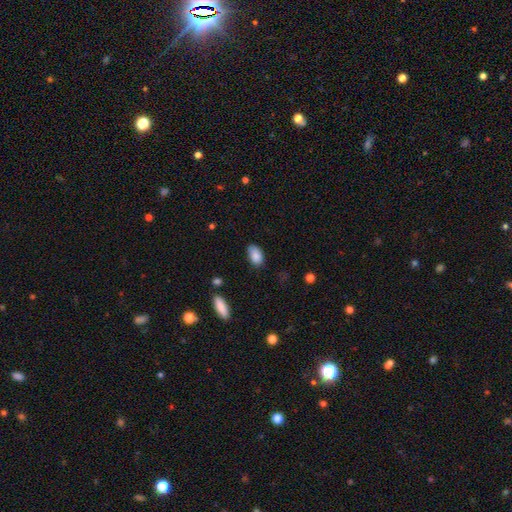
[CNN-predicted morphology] smooth_or_featured: smooth (p=0.85) [alt: star or artifact p=0.07]
how_rounded: in between (p=0.93) [alt: round p=0.06]
merging: none (p=0.72) [alt: minor disturbance p=0.22]